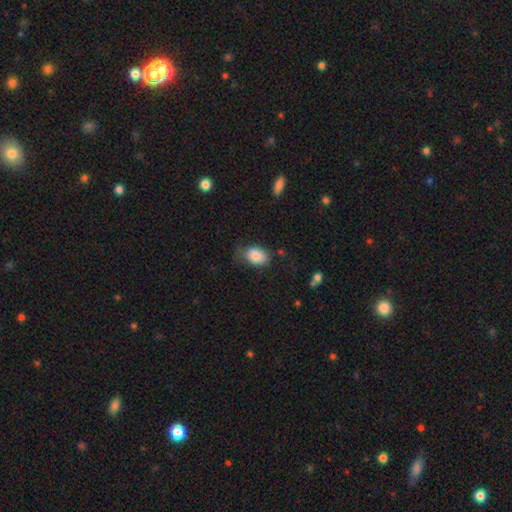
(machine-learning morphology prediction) Smooth or featured? smooth (84%)
How rounded? in between (80%)
Merging? none (54%)